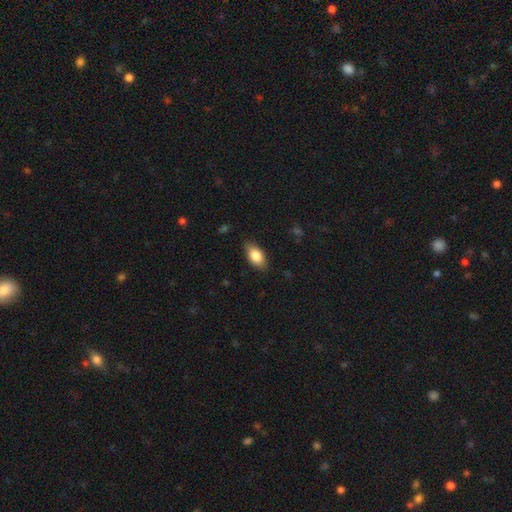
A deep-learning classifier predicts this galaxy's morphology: Smooth or featured? smooth (83%)
How rounded? in between (91%)
Merging? none (83%)